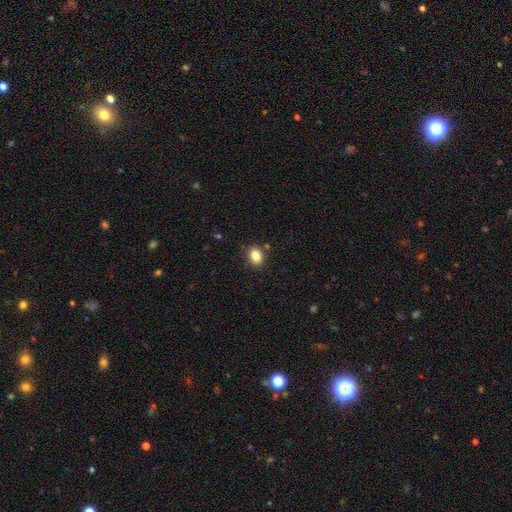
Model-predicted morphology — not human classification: Q: Smooth or featured?
A: smooth (84%); runner-up: star or artifact (10%)
Q: How rounded?
A: in between (65%); runner-up: round (34%)
Q: Merging?
A: none (84%); runner-up: minor disturbance (11%)